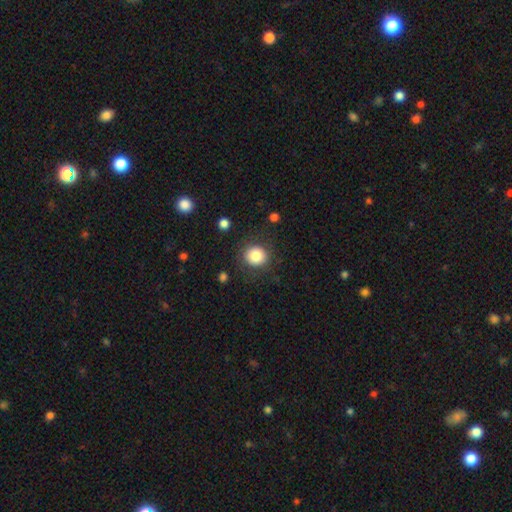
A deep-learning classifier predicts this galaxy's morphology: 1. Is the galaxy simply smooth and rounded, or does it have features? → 82% smooth, 10% star or artifact, 8% featured or disk.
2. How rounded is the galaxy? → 86% round, 13% in between, 1% cigar-shaped.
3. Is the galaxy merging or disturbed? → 85% none, 10% minor disturbance, 4% major disturbance, 1% merger.